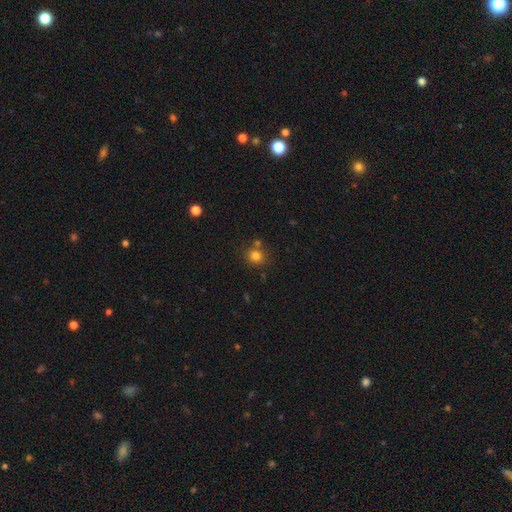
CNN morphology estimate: A smooth galaxy with no disk features (80%) that is round (89%).

Vote fractions:
- Smooth or featured? smooth: 80% / star or artifact: 14% / featured or disk: 7%
- How rounded? round: 89% / in between: 10% / cigar-shaped: 1%
- Merging? none: 74% / merger: 14% / minor disturbance: 9% / major disturbance: 3%